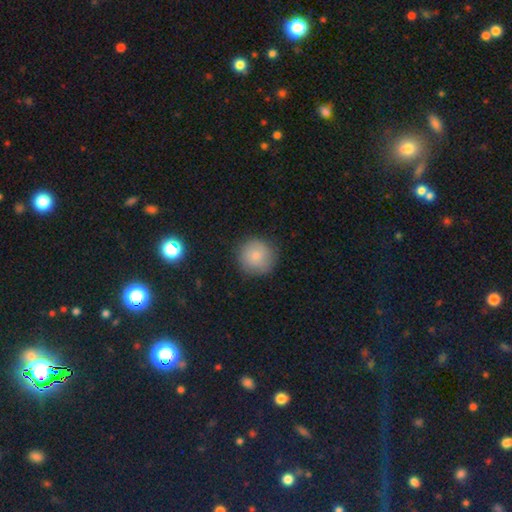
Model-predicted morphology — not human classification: A smooth galaxy with no disk features (80%) that is round (94%). Merging: none (84%).